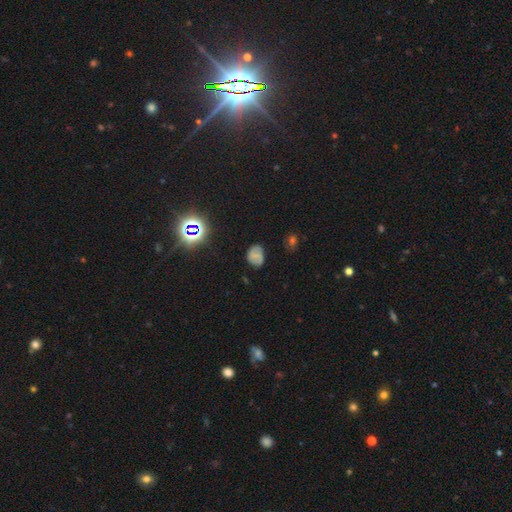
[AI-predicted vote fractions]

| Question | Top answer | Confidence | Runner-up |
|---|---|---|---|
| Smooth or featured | smooth | 51% | featured or disk (31%) |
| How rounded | in between | 54% | round (45%) |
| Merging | none | 72% | minor disturbance (20%) |